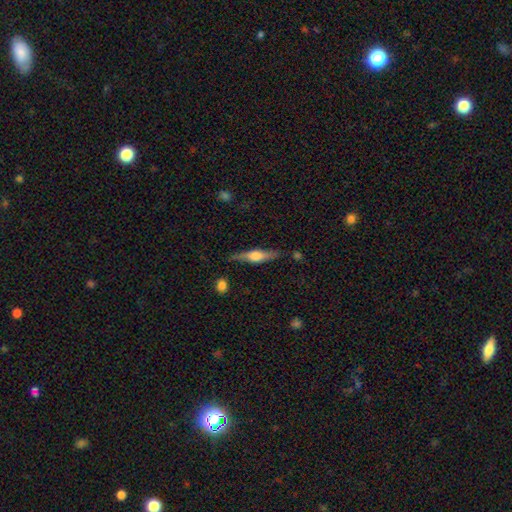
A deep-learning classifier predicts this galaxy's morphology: This is likely a featured or disk galaxy (66%). It is clearly viewed edge-on (96%). Edge-on bulge: clearly rounded (88%). Merging: clearly none (83%).